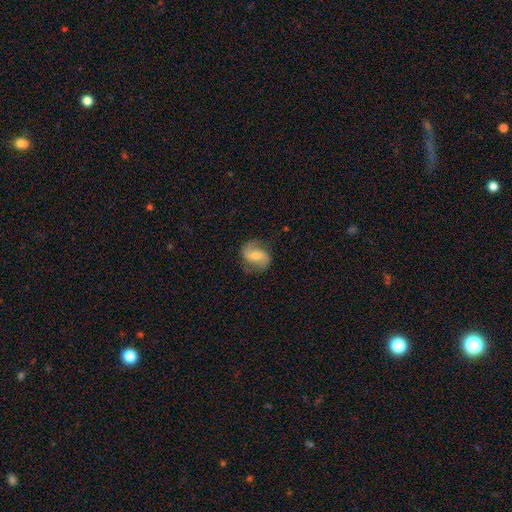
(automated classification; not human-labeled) A featured or disk galaxy (75%) with a weak bar (46%), 2 (89%) loose (44%) spiral arms (94%) and a moderate central bulge (47%).

Vote fractions:
- Smooth or featured? featured or disk: 75% / smooth: 18% / star or artifact: 7%
- Edge-on disk? no: 97% / yes: 3%
- Bar? weak: 46% / no: 28% / strong: 25%
- Spiral arms? yes: 94% / no: 6%
- Spiral winding? loose: 44% / medium: 42% / tight: 15%
- Spiral arm count? 2: 89% / can't tell: 4% / 1: 3% / 3: 1% / 4: 1% / more than 4: 1%
- Bulge size? moderate: 47% / small: 44% / none: 4% / large: 4% / dominant: 1%
- Merging? none: 76% / minor disturbance: 16% / major disturbance: 7% / merger: 1%